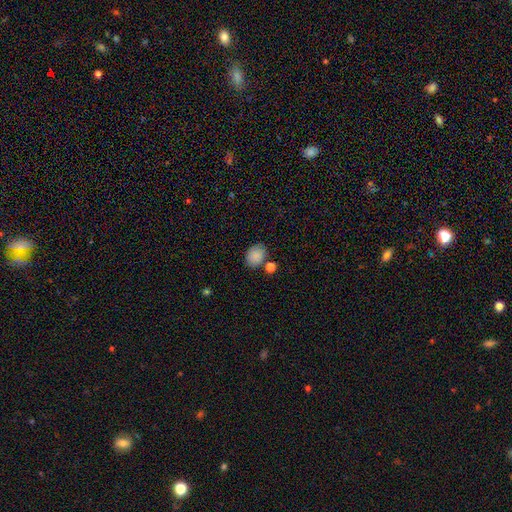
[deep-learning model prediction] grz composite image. It shows a smooth galaxy with no disk features (87%) that is in between round and cigar-shaped (54%). Merging: none (75%).